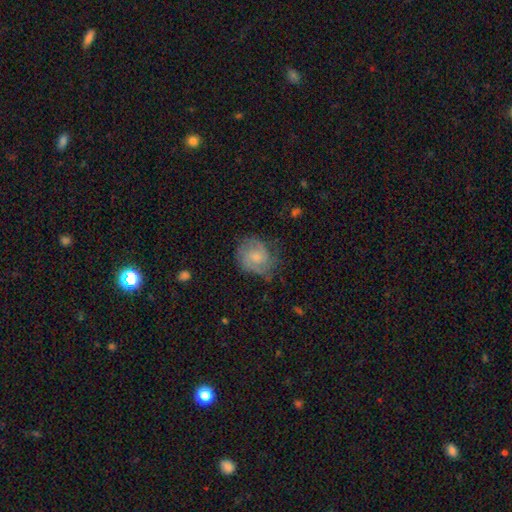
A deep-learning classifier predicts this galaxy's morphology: Smooth or featured? featured or disk (55%)
Edge-on disk? no (97%)
Bar? no (64%)
Spiral arms? yes (87%)
Bulge size? small (49%)
Merging? none (63%)